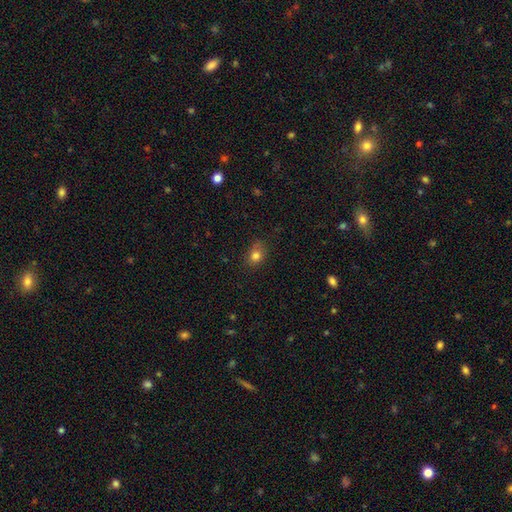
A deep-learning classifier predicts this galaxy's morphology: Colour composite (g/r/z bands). It shows a smooth galaxy with no disk features (80%) that is round (50%). Merging: none (74%).